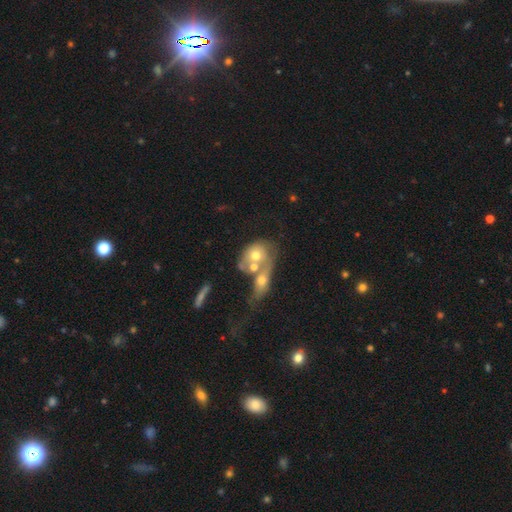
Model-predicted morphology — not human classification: A smooth galaxy with no disk features (53%) that is in between round and cigar-shaped (55%).

Vote fractions:
- Smooth or featured? smooth: 53% / featured or disk: 38% / star or artifact: 9%
- How rounded? in between: 55% / round: 42% / cigar-shaped: 3%
- Merging? merger: 70% / none: 15% / major disturbance: 8% / minor disturbance: 8%